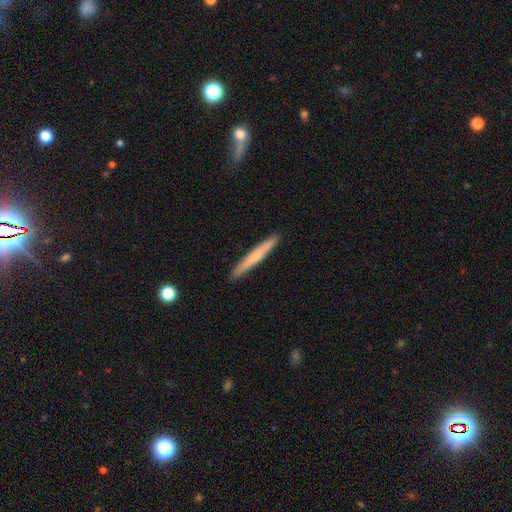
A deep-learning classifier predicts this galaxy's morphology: Overall: smooth (56%; featured or disk 39%). How rounded: cigar-shaped (96%). Merging: none (92%).